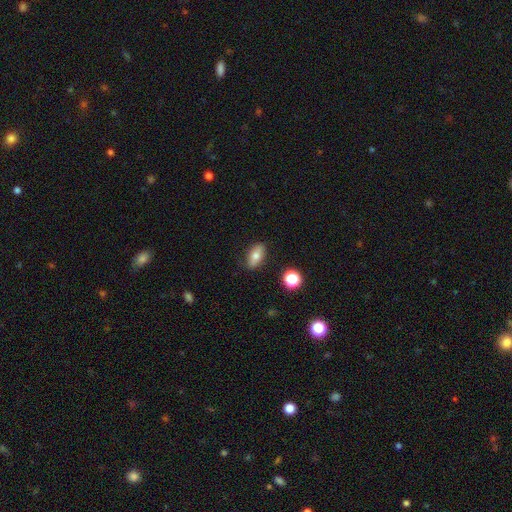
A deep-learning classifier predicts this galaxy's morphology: Smooth or featured: smooth — 71% (featured or disk — 19%)
How rounded: in between — 82% (cigar-shaped — 10%)
Merging: none — 85% (minor disturbance — 11%)